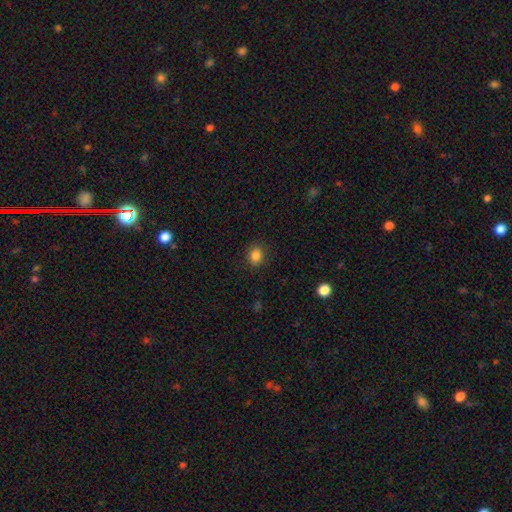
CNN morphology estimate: Smooth or featured? Predicted: smooth (p=0.84). How rounded? Predicted: round (p=0.59). Merging? Predicted: none (p=0.88).